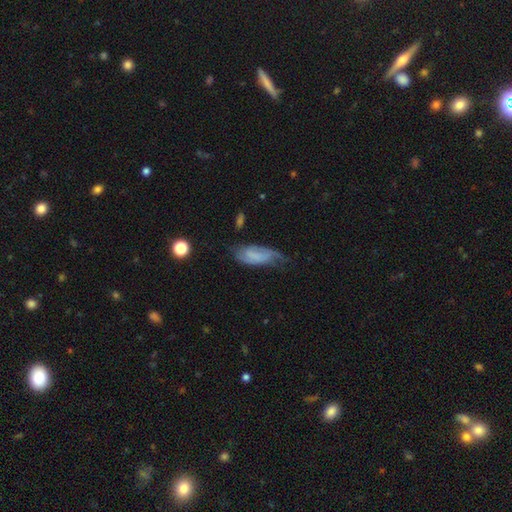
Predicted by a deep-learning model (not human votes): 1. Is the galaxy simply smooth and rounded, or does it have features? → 49% smooth, 42% featured or disk, 9% star or artifact.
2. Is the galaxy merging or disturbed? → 42% none, 36% minor disturbance, 19% major disturbance, 3% merger.